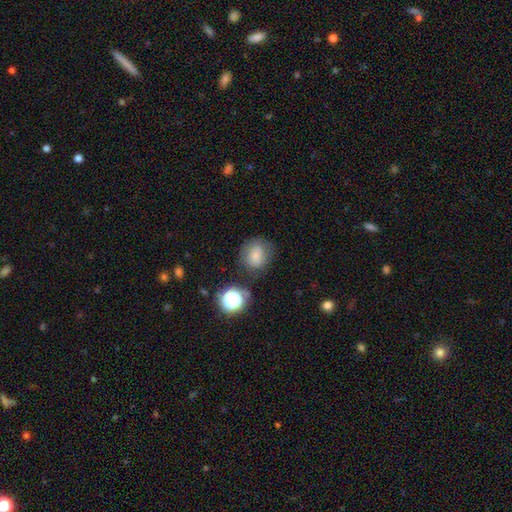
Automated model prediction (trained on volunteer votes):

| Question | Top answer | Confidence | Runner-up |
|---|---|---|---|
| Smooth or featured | smooth | 75% | star or artifact (14%) |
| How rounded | round | 65% | in between (34%) |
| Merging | none | 68% | minor disturbance (18%) |